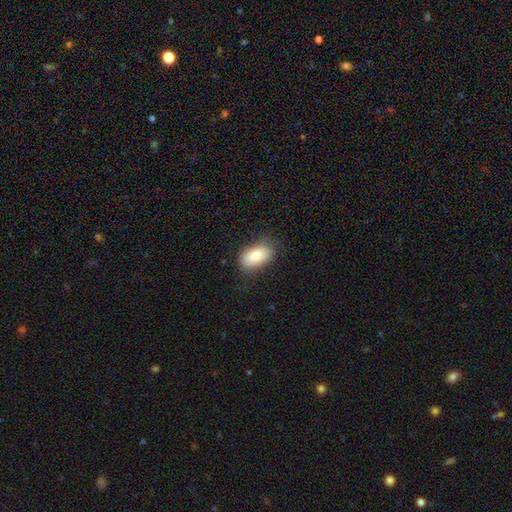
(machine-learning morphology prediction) A smooth galaxy with no disk features (83%) that is in between round and cigar-shaped (92%). Merging: none (77%).